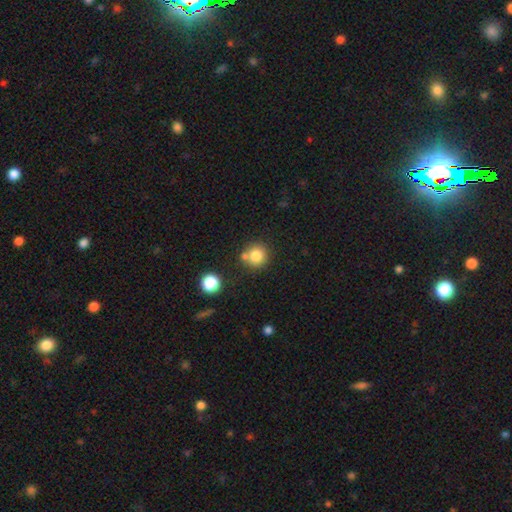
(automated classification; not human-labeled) A smooth galaxy with no disk features (80%) that is round (91%).

Vote fractions:
- Smooth or featured? smooth: 80% / star or artifact: 11% / featured or disk: 9%
- How rounded? round: 91% / in between: 9% / cigar-shaped: 1%
- Merging? none: 66% / merger: 21% / minor disturbance: 10% / major disturbance: 3%